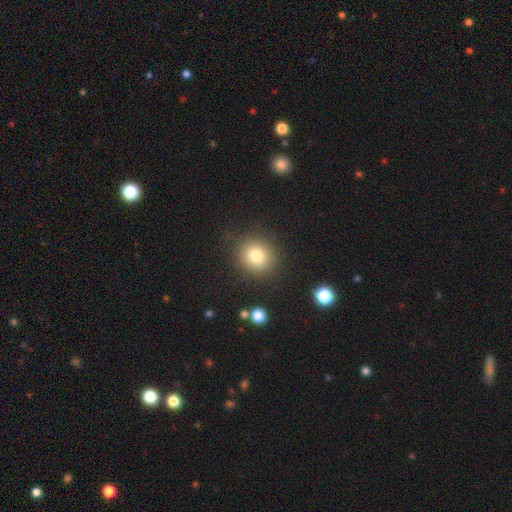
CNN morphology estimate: Smooth or featured?
  - smooth: 79% *
  - star or artifact: 12%
  - featured or disk: 9%
How rounded?
  - round: 86% *
  - in between: 13%
  - cigar-shaped: 1%
Merging?
  - none: 85% *
  - minor disturbance: 9%
  - major disturbance: 4%
  - merger: 2%